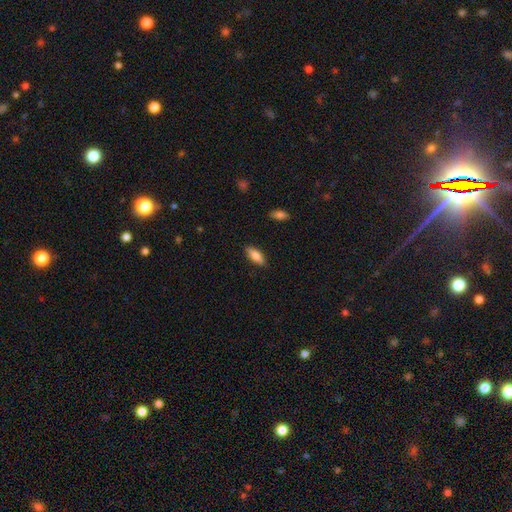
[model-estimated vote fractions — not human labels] The model was most divided on "how rounded": in between: 73%, cigar-shaped: 25%, round: 2%. More confident: merging — none (87%); smooth or featured — smooth (78%).